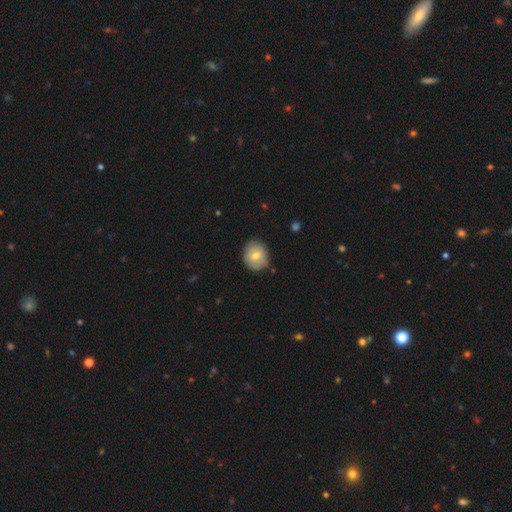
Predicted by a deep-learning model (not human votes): A smooth galaxy with no disk features (72%) that is round (74%).

Vote fractions:
- Smooth or featured? smooth: 72% / featured or disk: 21% / star or artifact: 8%
- How rounded? round: 74% / in between: 25% / cigar-shaped: 1%
- Merging? none: 81% / minor disturbance: 14% / major disturbance: 3% / merger: 2%